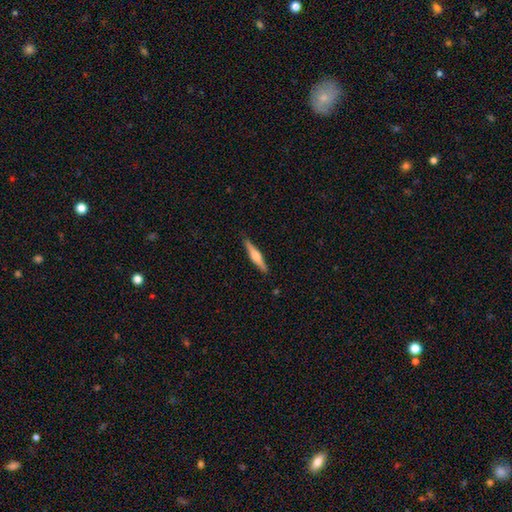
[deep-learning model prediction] Overall: featured or disk (61%; smooth 34%). Edge-on disk: yes (98%). Edge-on bulge: rounded (87%). Merging: none (90%).